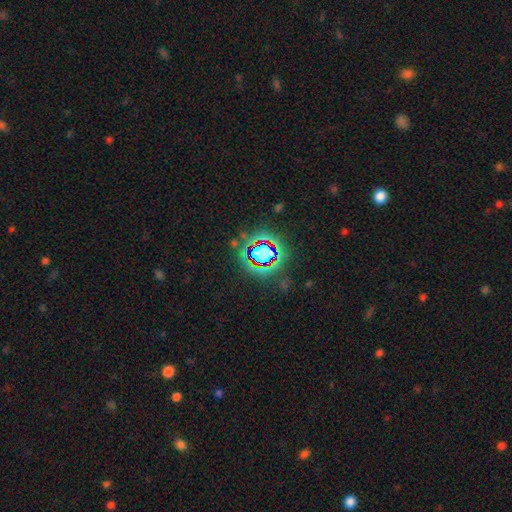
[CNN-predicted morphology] Q: Smooth or featured?
A: star or artifact (78%); runner-up: smooth (13%)